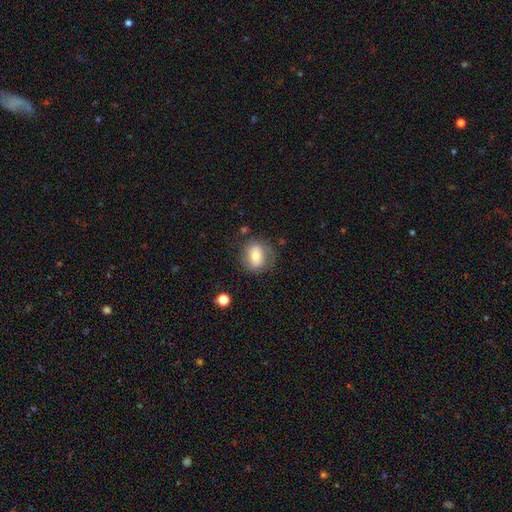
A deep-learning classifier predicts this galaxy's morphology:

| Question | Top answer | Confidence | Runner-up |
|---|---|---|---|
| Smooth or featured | smooth | 67% | featured or disk (24%) |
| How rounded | round | 51% | in between (47%) |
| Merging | none | 72% | minor disturbance (18%) |